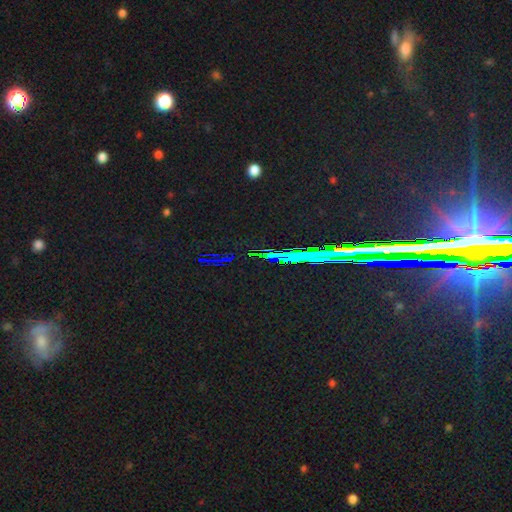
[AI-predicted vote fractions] This appears to be a star or artifact, not a galaxy (79%).